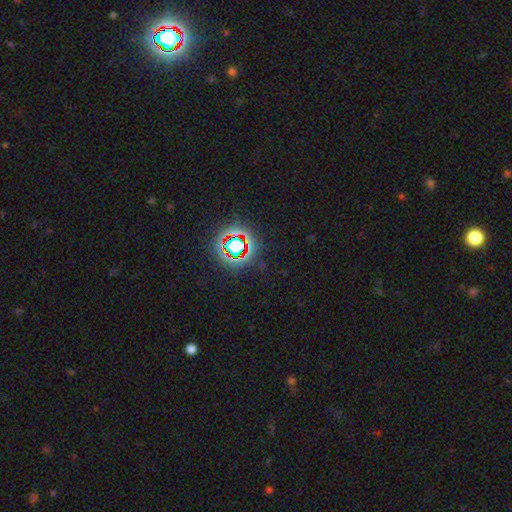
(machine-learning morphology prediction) Smooth or featured?
  - star or artifact: 80% *
  - smooth: 12%
  - featured or disk: 8%